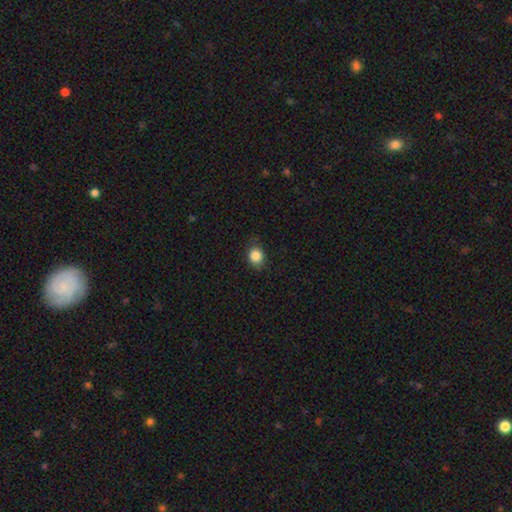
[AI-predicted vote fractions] Morphology: type=smooth (86%); roundness=round (69%); merging=none (81%).